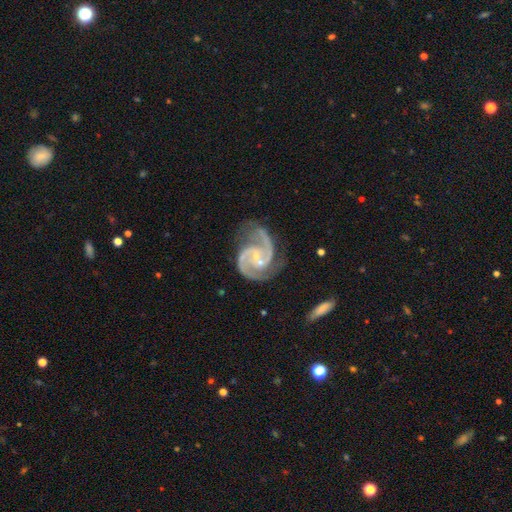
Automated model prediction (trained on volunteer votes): This appears to be a featured or disk galaxy (93%) with no bar (55%), 2 (81%) medium (61%) spiral arms (99%) and a small central bulge (76%). Merging: none (61%).